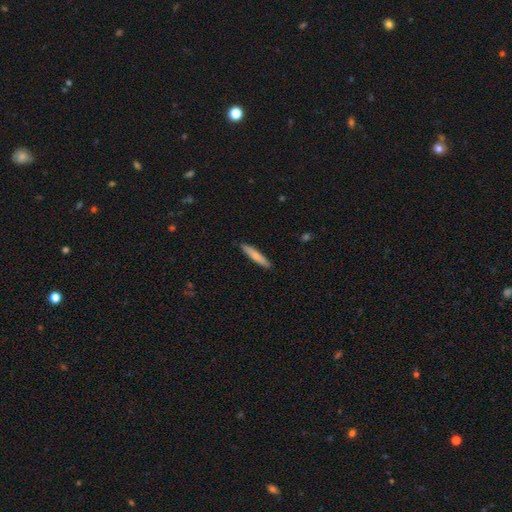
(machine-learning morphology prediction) smooth_or_featured: smooth (p=0.73) [alt: featured or disk p=0.22]
how_rounded: cigar-shaped (p=0.91) [alt: in between p=0.07]
merging: none (p=0.90) [alt: minor disturbance p=0.07]